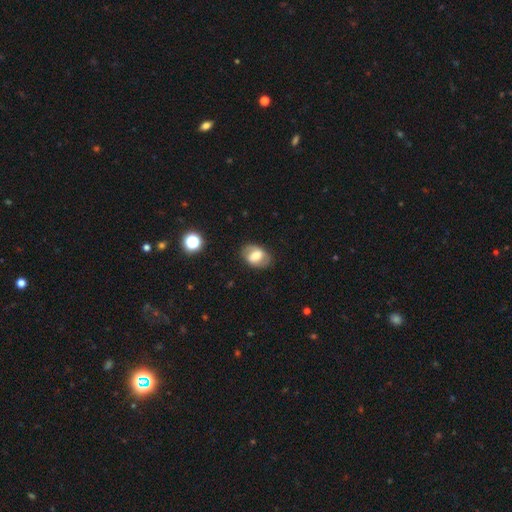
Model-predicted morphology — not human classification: Smooth or featured: smooth — 53% (featured or disk — 38%)
How rounded: in between — 79% (round — 19%)
Merging: none — 79% (minor disturbance — 15%)